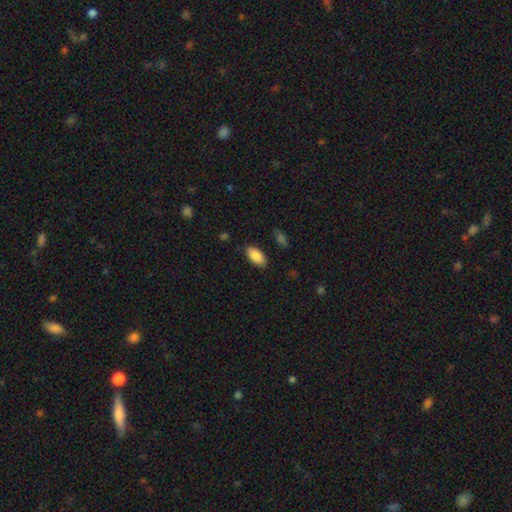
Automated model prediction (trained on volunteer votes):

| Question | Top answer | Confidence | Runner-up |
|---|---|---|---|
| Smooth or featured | smooth | 88% | star or artifact (7%) |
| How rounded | in between | 94% | cigar-shaped (4%) |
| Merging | none | 85% | minor disturbance (11%) |